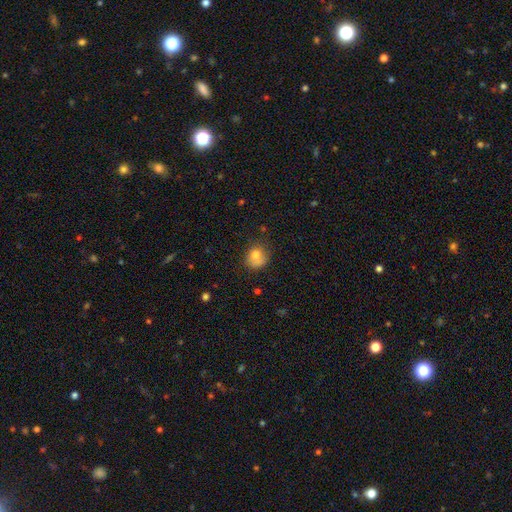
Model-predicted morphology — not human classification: smooth_or_featured: smooth (p=0.76) [alt: featured or disk p=0.13]
how_rounded: round (p=0.68) [alt: in between p=0.31]
merging: none (p=0.52) [alt: minor disturbance p=0.27]